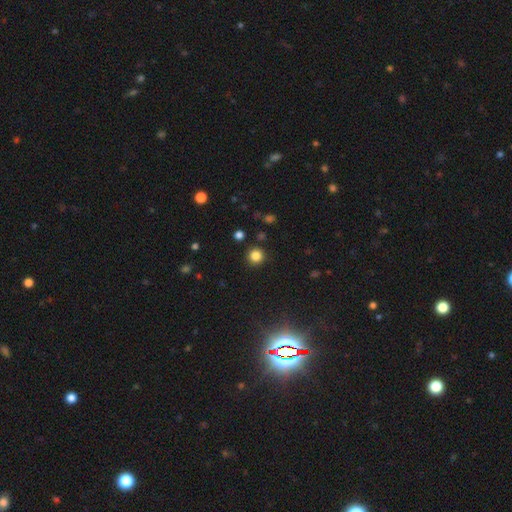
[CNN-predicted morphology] Overall: smooth (83%). How rounded: round (94%). Merging: none (90%).